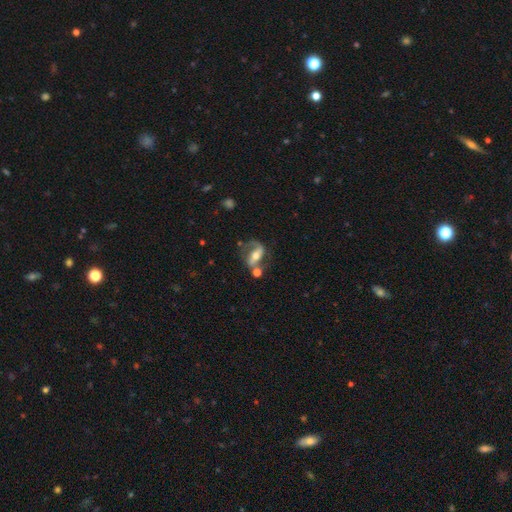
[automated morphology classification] smooth_or_featured: featured or disk (p=0.76) [alt: smooth p=0.17]
disk_edge_on: no (p=0.93) [alt: yes p=0.07]
bar: strong (p=0.51) [alt: weak p=0.26]
has_spiral_arms: yes (p=0.84) [alt: no p=0.16]
spiral_winding: medium (p=0.43) [alt: loose p=0.39]
spiral_arm_count: 2 (p=0.73) [alt: 1 p=0.18]
bulge_size: moderate (p=0.67) [alt: small p=0.25]
merging: none (p=0.52) [alt: minor disturbance p=0.17]